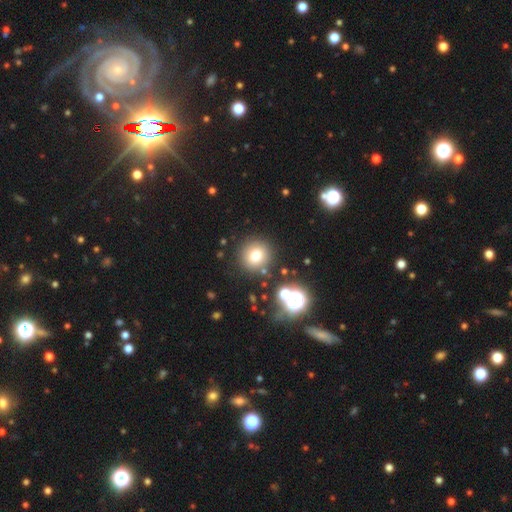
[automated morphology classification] The model was most divided on "smooth or featured": smooth: 75%, star or artifact: 15%, featured or disk: 9%. More confident: how rounded — round (90%); merging — none (84%).